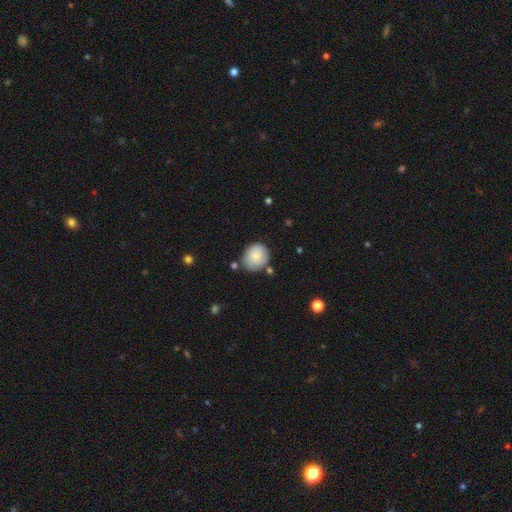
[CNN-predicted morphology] Overall: smooth (75%). How rounded: round (73%). Merging: none (66%).